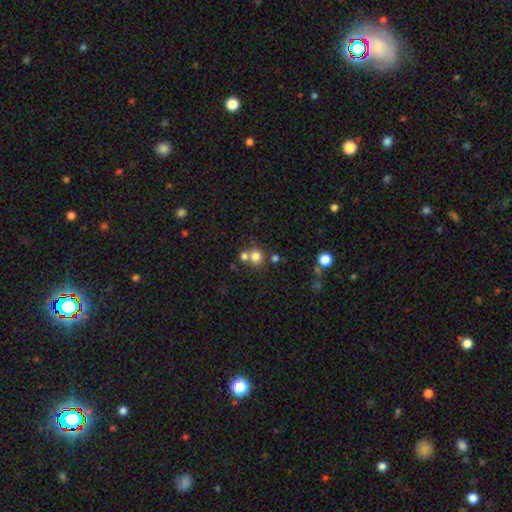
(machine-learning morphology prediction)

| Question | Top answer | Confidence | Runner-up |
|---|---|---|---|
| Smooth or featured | smooth | 78% | star or artifact (13%) |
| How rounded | round | 87% | in between (12%) |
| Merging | none | 56% | merger (33%) |